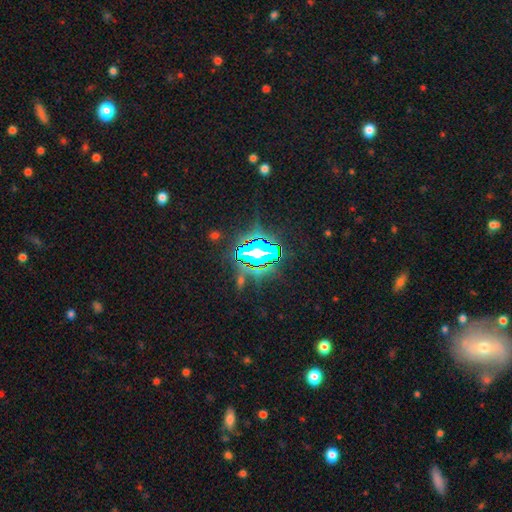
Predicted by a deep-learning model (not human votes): A star or artifact, not a galaxy (72%).

Vote fractions:
- Smooth or featured? star or artifact: 72% / featured or disk: 14% / smooth: 14%